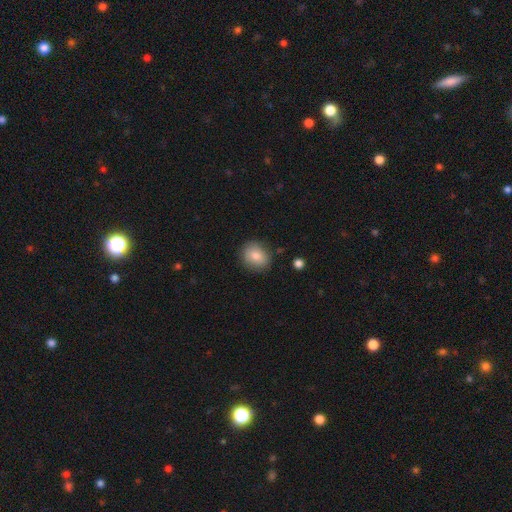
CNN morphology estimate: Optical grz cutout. It shows a smooth galaxy with no disk features (81%) that is round (65%). Merging: none (83%).